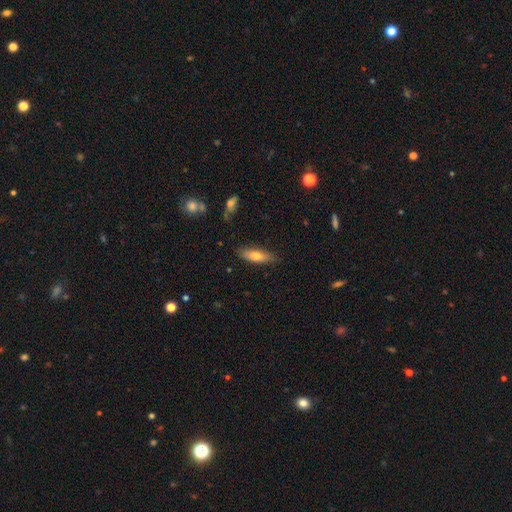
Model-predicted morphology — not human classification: Smooth or featured?
  - smooth: 67% *
  - featured or disk: 27%
  - star or artifact: 6%
How rounded?
  - cigar-shaped: 55% *
  - in between: 43%
  - round: 2%
Merging?
  - none: 83% *
  - minor disturbance: 13%
  - major disturbance: 2%
  - merger: 2%